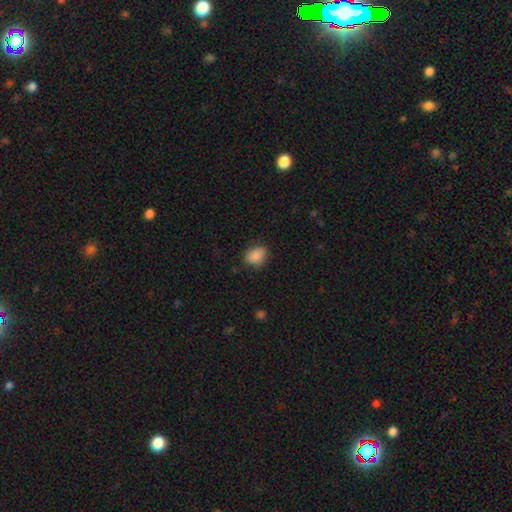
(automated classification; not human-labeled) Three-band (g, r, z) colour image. It shows a smooth galaxy with no disk features (87%) that is in between round and cigar-shaped (59%). Merging: none (81%).